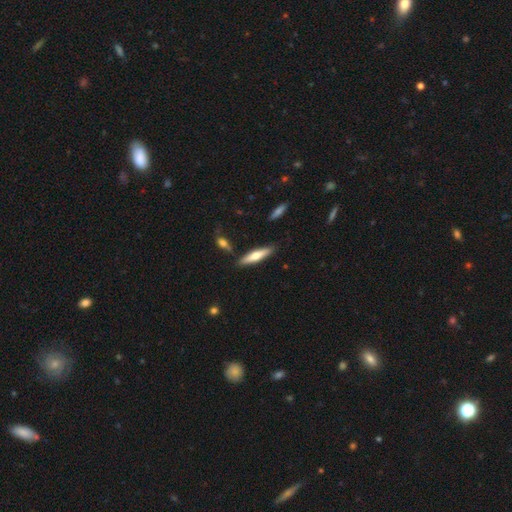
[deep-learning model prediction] A smooth galaxy with no disk features (55%) that is cigar-shaped (78%).

Vote fractions:
- Smooth or featured? smooth: 55% / featured or disk: 39% / star or artifact: 6%
- How rounded? cigar-shaped: 78% / in between: 21% / round: 2%
- Merging? none: 83% / minor disturbance: 10% / merger: 4% / major disturbance: 2%